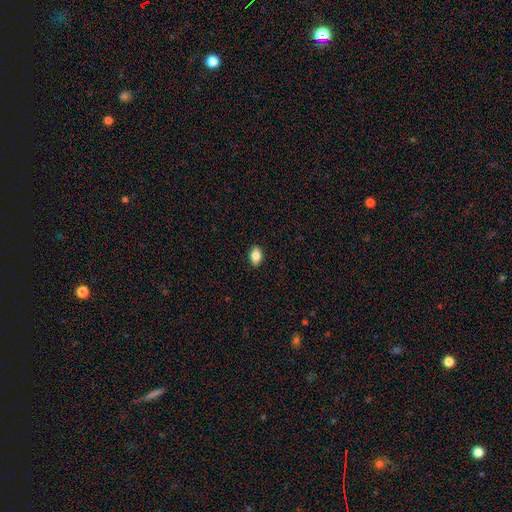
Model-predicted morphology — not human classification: This appears to be a smooth galaxy with no disk features (82%) that is in between round and cigar-shaped (87%). Merging: none (89%).